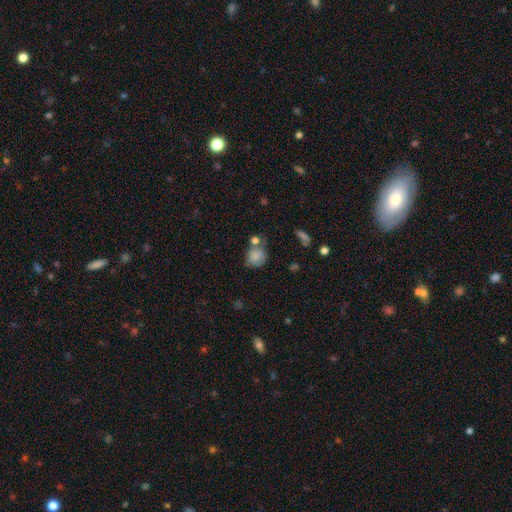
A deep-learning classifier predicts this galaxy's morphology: smooth-or-featured: smooth: 80% | featured or disk: 10% | star or artifact: 10%
  how-rounded: round: 71% | in between: 28% | cigar-shaped: 1%
  merging: none: 44% | merger: 24% | minor disturbance: 22% | major disturbance: 10%